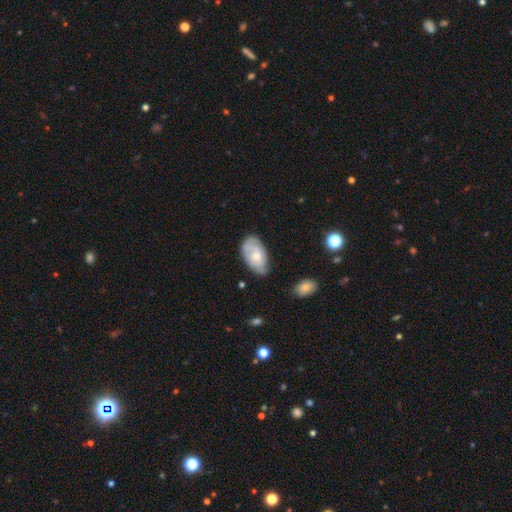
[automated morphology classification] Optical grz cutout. It shows a featured or disk galaxy (47%, tied with smooth). Merging: none (63%).